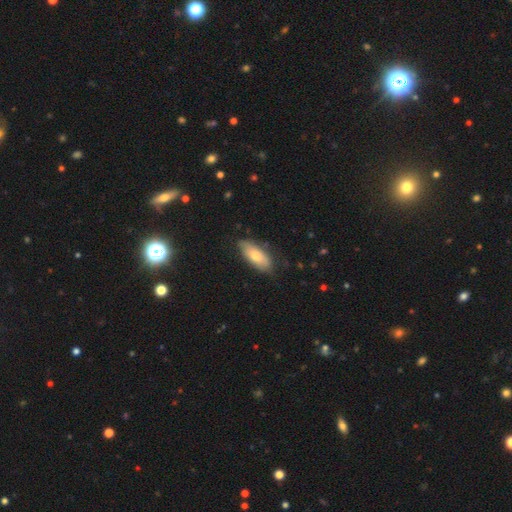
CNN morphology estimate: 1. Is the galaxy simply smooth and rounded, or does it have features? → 69% smooth, 25% featured or disk, 6% star or artifact.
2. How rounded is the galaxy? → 83% in between, 15% cigar-shaped, 2% round.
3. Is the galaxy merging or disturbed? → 76% none, 19% minor disturbance, 3% major disturbance, 1% merger.